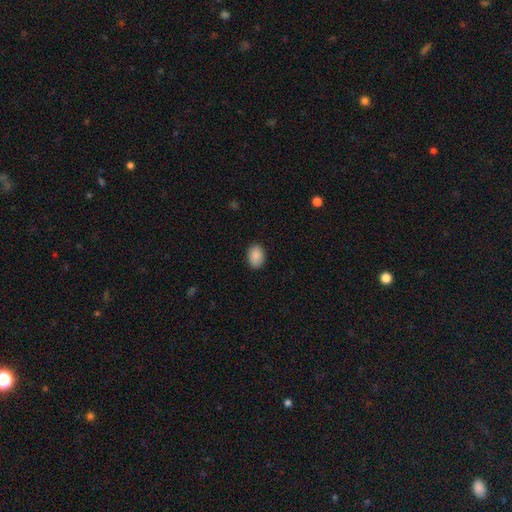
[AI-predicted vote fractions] smooth 89%, star or artifact 7%, featured or disk 4%. Down the decision tree: how rounded — in between (78%); merging — none (88%).